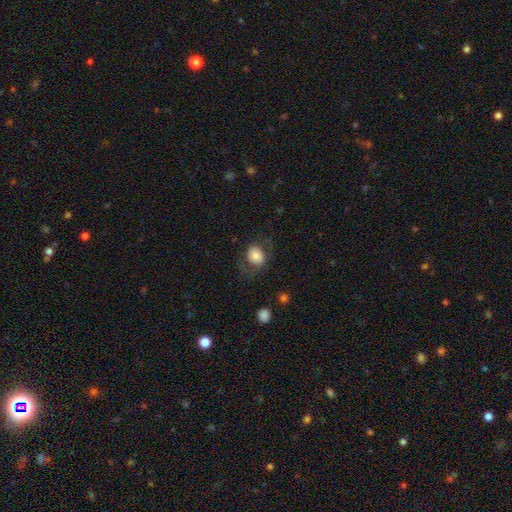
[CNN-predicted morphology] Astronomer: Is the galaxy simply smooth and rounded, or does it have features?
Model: smooth — 73%.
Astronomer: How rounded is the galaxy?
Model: round — 57% (runner-up: in between, 43%).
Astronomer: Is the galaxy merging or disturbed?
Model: none — 66%.